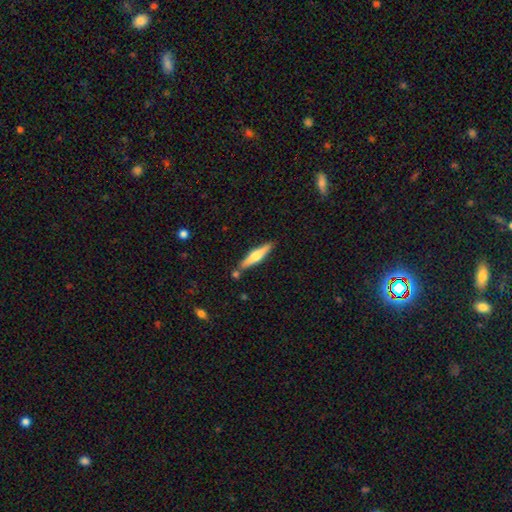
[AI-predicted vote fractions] A featured or disk galaxy (48%). Merging: none (80%).